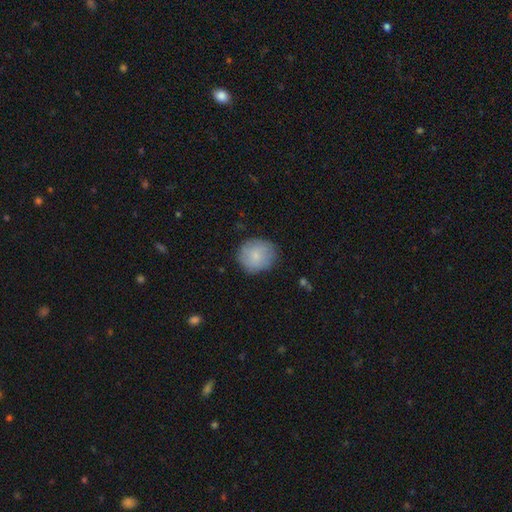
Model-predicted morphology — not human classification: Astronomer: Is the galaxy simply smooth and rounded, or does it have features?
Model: smooth — 77%.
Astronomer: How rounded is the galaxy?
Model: round — 86%.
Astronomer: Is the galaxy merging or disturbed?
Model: none — 81%.